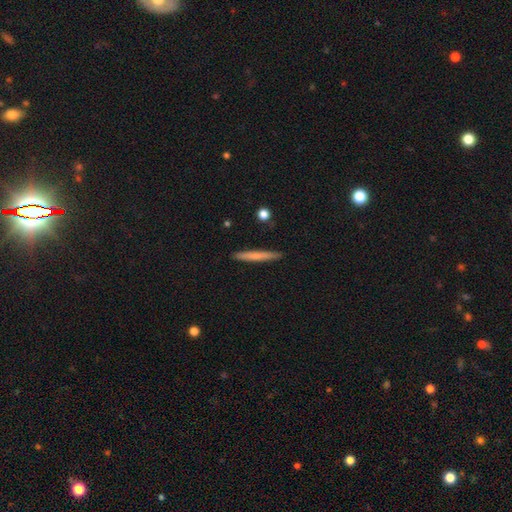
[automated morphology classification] A smooth galaxy with no disk features (67%) that is cigar-shaped (96%). Merging: none (91%).